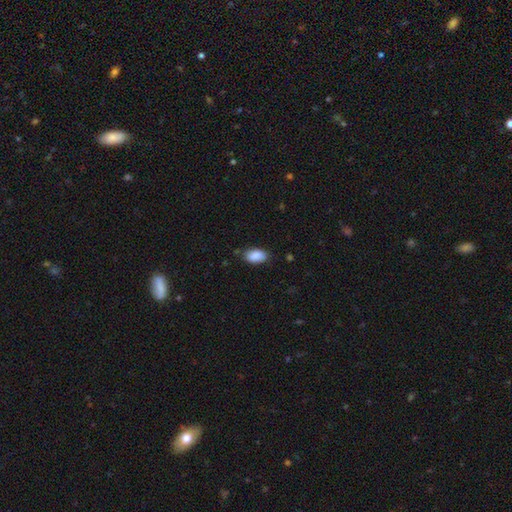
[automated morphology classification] Smooth or featured?
  - smooth: 88% *
  - star or artifact: 7%
  - featured or disk: 5%
How rounded?
  - in between: 93% *
  - round: 5%
  - cigar-shaped: 2%
Merging?
  - none: 78% *
  - minor disturbance: 17%
  - major disturbance: 3%
  - merger: 2%